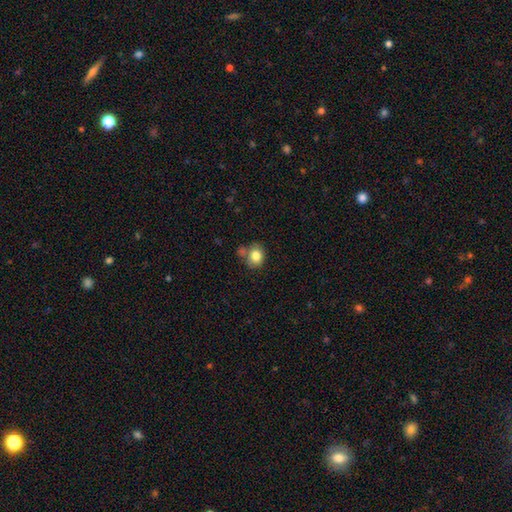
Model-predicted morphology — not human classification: This appears to be a smooth galaxy with no disk features (81%) that is round (65%). Merging: none (60%).